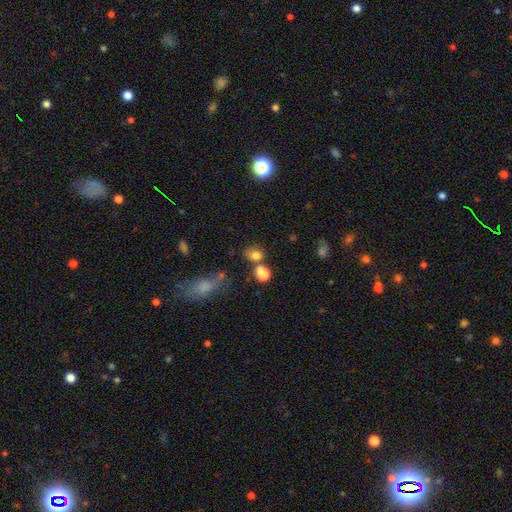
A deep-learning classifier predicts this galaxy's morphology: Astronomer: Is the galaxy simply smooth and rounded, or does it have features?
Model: smooth — 77%.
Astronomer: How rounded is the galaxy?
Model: in between — 54% (runner-up: round, 45%).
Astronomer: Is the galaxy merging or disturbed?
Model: none — 50% (runner-up: merger, 32%).